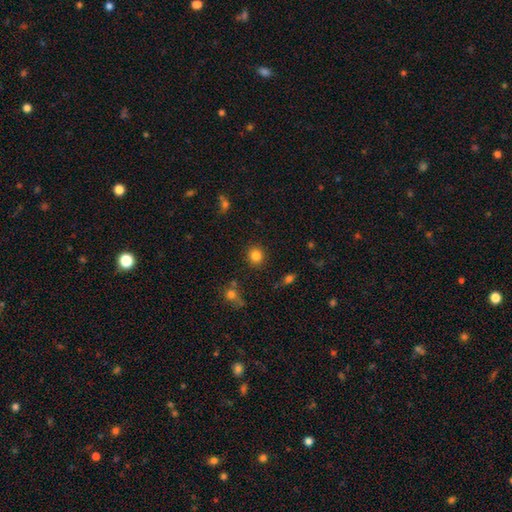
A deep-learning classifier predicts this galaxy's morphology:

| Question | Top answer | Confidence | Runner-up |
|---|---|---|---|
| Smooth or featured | smooth | 84% | star or artifact (11%) |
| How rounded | round | 87% | in between (12%) |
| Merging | none | 89% | minor disturbance (6%) |